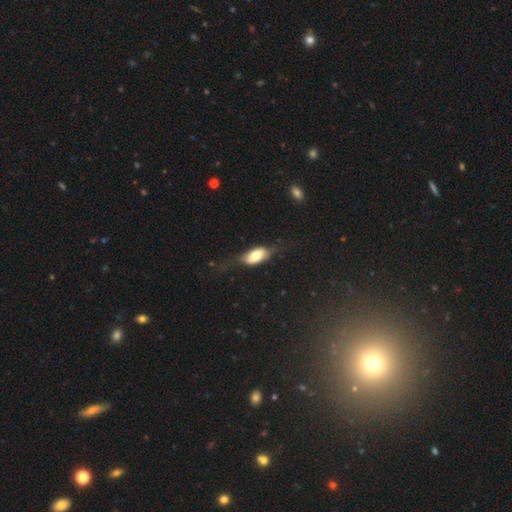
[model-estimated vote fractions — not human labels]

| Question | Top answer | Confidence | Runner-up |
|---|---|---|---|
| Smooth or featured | smooth | 63% | featured or disk (30%) |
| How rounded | in between | 86% | cigar-shaped (10%) |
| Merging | none | 50% | minor disturbance (26%) |